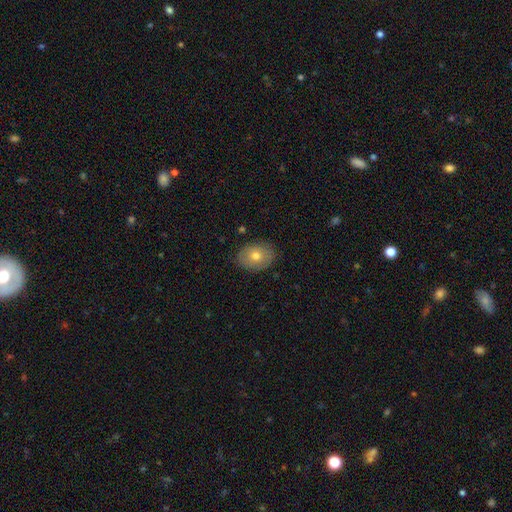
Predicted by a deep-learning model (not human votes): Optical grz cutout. It shows a smooth galaxy with no disk features (71%) that is in between round and cigar-shaped (65%). Merging: none (84%).